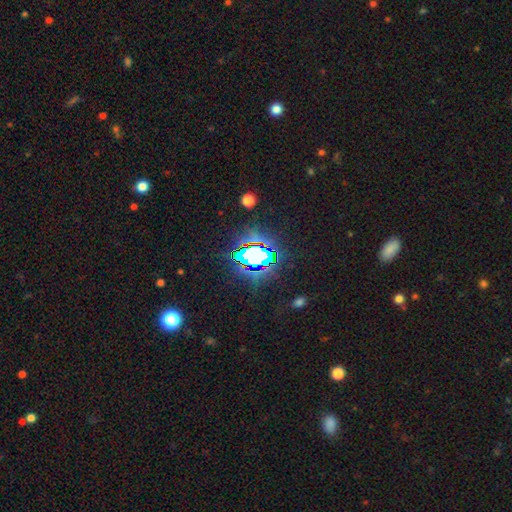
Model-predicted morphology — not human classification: star or artifact 70%, smooth 18%, featured or disk 12%.